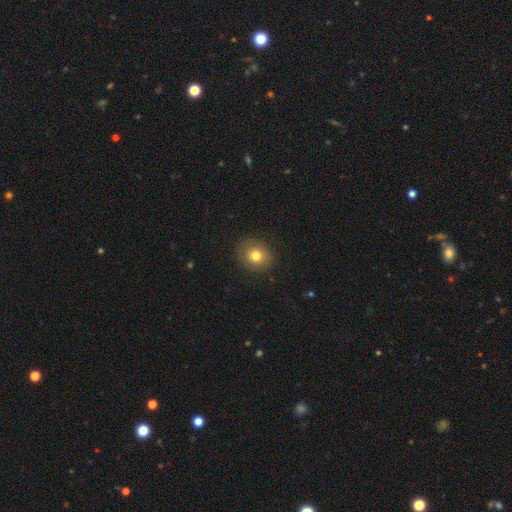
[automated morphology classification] A smooth galaxy with no disk features (76%) that is round (65%).

Vote fractions:
- Smooth or featured? smooth: 76% / featured or disk: 13% / star or artifact: 11%
- How rounded? round: 65% / in between: 34% / cigar-shaped: 1%
- Merging? none: 86% / minor disturbance: 10% / major disturbance: 3% / merger: 1%